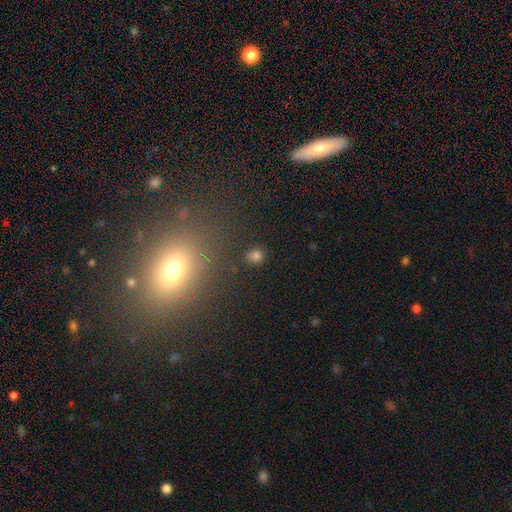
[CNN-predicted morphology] Smooth or featured? smooth (75%)
How rounded? round (69%)
Merging? none (76%)